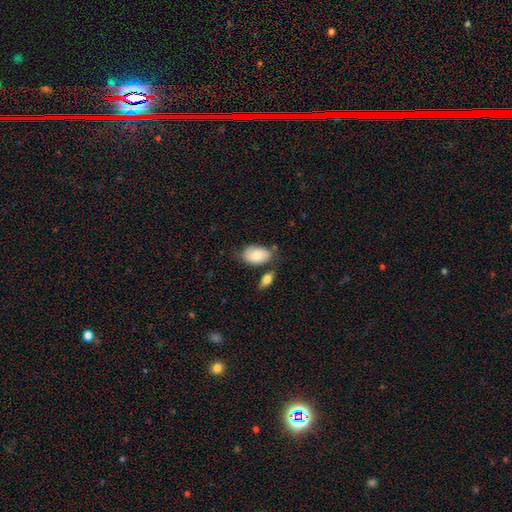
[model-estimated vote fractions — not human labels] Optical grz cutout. It shows a smooth galaxy with no disk features (79%) that is in between round and cigar-shaped (92%). Merging: none (60%).